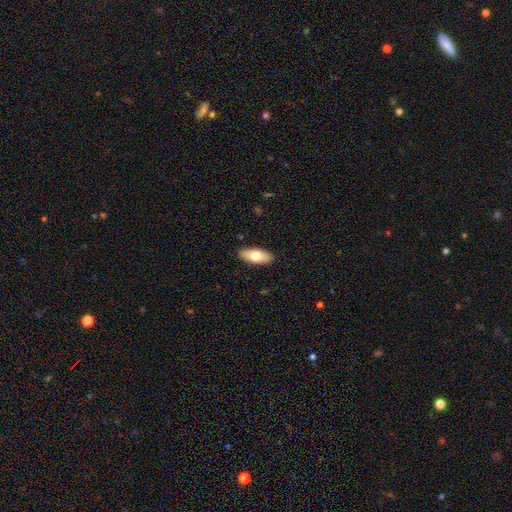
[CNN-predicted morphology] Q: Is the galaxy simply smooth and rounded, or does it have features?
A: smooth — 73%.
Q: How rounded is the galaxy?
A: in between — 86%.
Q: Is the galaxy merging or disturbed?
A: none — 89%.